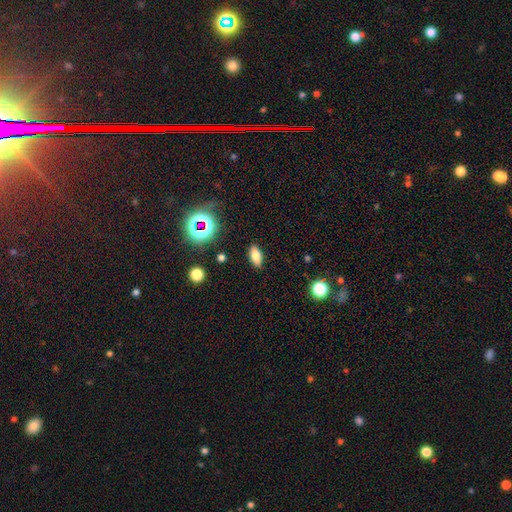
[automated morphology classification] smooth-or-featured: smooth: 74% | star or artifact: 13% | featured or disk: 13%
  how-rounded: in between: 81% | cigar-shaped: 13% | round: 5%
  merging: none: 88% | minor disturbance: 9% | major disturbance: 2% | merger: 1%